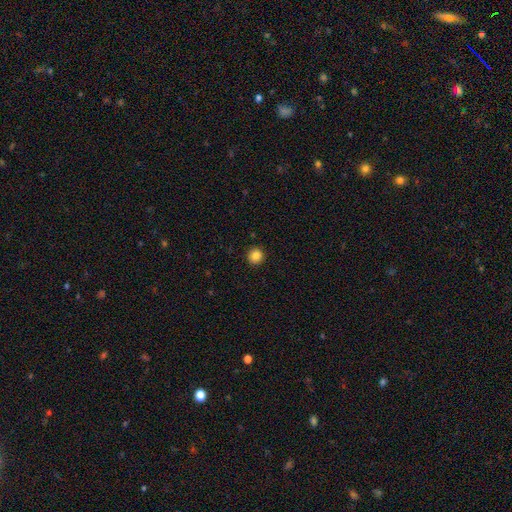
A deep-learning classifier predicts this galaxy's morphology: Smooth or featured? Predicted: smooth (p=0.84). How rounded? Predicted: round (p=0.95). Merging? Predicted: none (p=0.93).